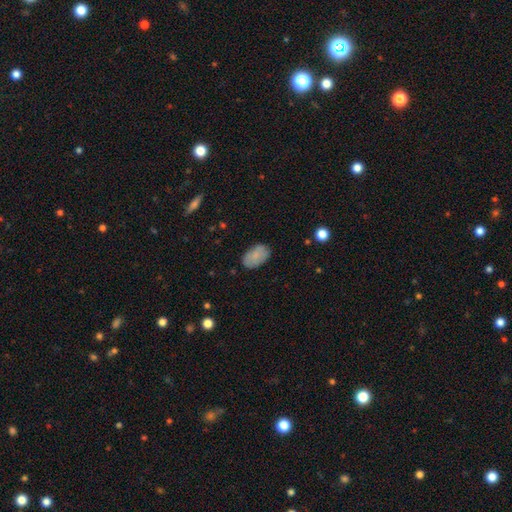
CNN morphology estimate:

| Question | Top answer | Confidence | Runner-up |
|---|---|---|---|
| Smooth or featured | smooth | 82% | featured or disk (11%) |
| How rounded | in between | 93% | round (6%) |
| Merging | none | 81% | minor disturbance (14%) |